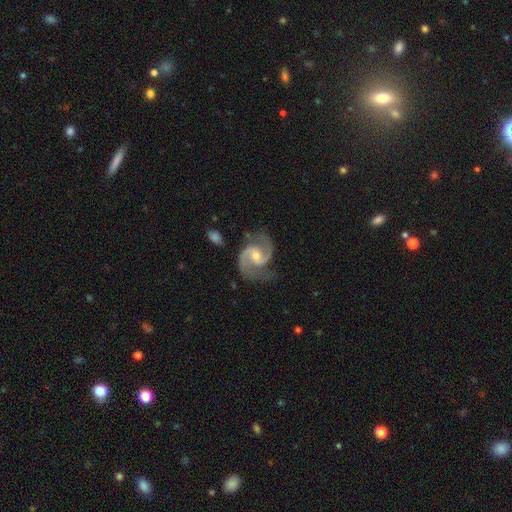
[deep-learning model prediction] featured or disk 92%, star or artifact 4%, smooth 4%. Down the decision tree: edge-on disk — no (98%); bar — weak (44%, tied with no); spiral arms — yes (98%); spiral arm count — 2 (93%); spiral winding — medium (64%); bulge size — moderate (55%); merging — none (73%).